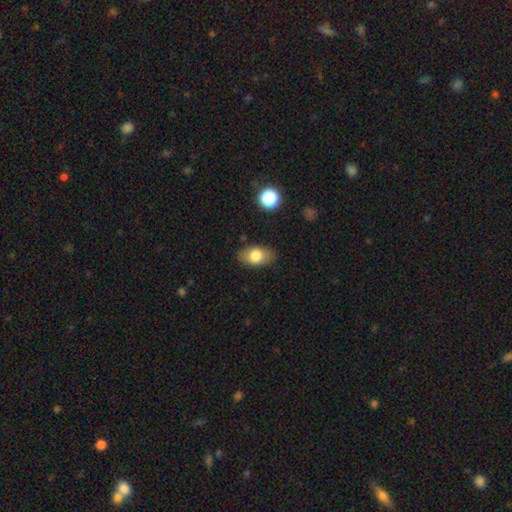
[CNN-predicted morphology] Smooth or featured? smooth (77%)
How rounded? in between (90%)
Merging? none (84%)